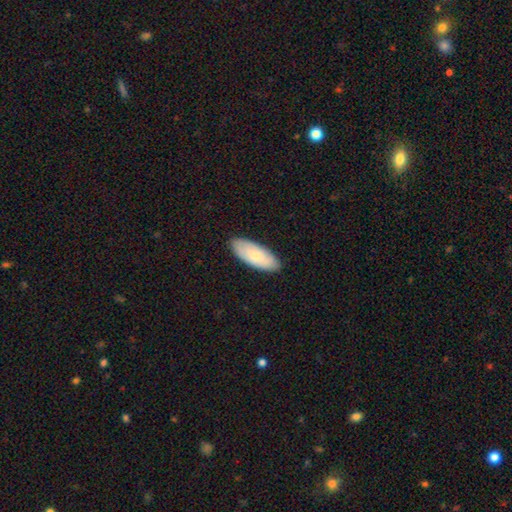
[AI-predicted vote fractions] Smooth or featured?
  - smooth: 74% *
  - featured or disk: 21%
  - star or artifact: 5%
How rounded?
  - in between: 83% *
  - cigar-shaped: 16%
  - round: 2%
Merging?
  - none: 87% *
  - minor disturbance: 10%
  - major disturbance: 2%
  - merger: 1%